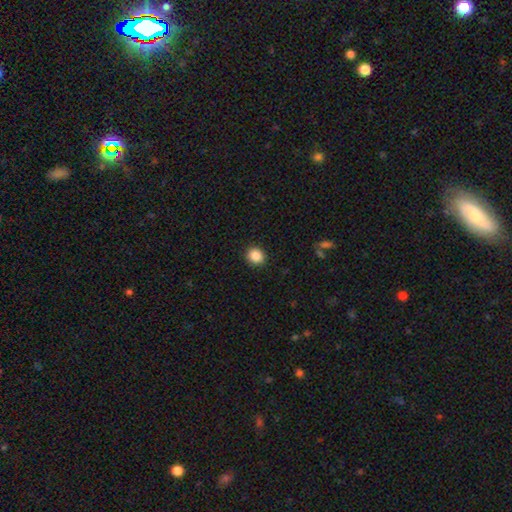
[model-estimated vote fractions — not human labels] A smooth galaxy with no disk features (87%) that is round (84%).

Vote fractions:
- Smooth or featured? smooth: 87% / star or artifact: 10% / featured or disk: 3%
- How rounded? round: 84% / in between: 15% / cigar-shaped: 1%
- Merging? none: 92% / minor disturbance: 6% / major disturbance: 2% / merger: 1%